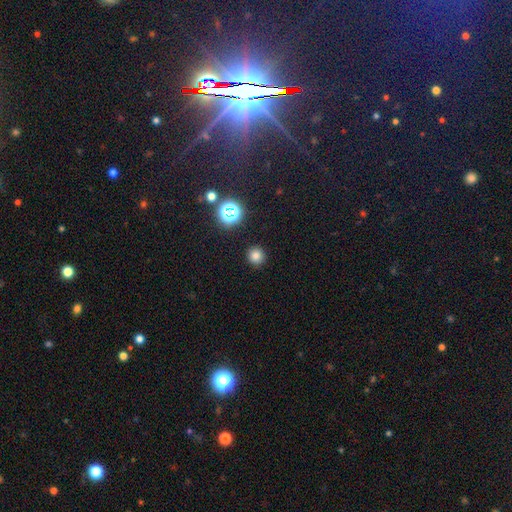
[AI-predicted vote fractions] This appears to be a smooth galaxy with no disk features (78%) that is round (94%). Merging: none (91%).